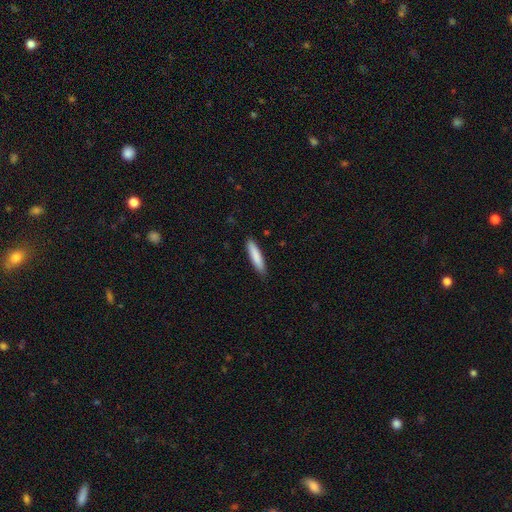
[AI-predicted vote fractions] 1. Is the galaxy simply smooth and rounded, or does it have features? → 85% smooth, 10% featured or disk, 5% star or artifact.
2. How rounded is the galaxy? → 86% cigar-shaped, 13% in between, 1% round.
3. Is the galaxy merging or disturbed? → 88% none, 10% minor disturbance, 2% major disturbance, 1% merger.